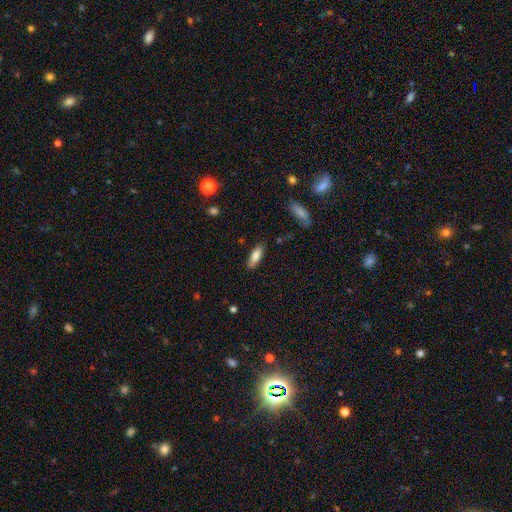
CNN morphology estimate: type=smooth (79%); roundness=in between (59%); merging=none (81%).